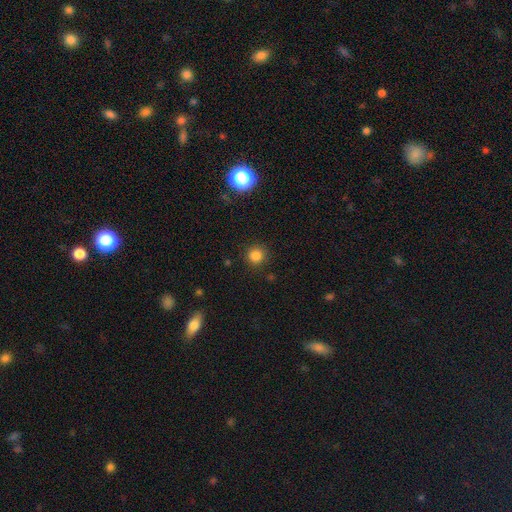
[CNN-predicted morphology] A smooth galaxy with no disk features (83%) that is round (93%).

Vote fractions:
- Smooth or featured? smooth: 83% / star or artifact: 13% / featured or disk: 4%
- How rounded? round: 93% / in between: 6% / cigar-shaped: 1%
- Merging? none: 89% / minor disturbance: 7% / major disturbance: 2% / merger: 1%